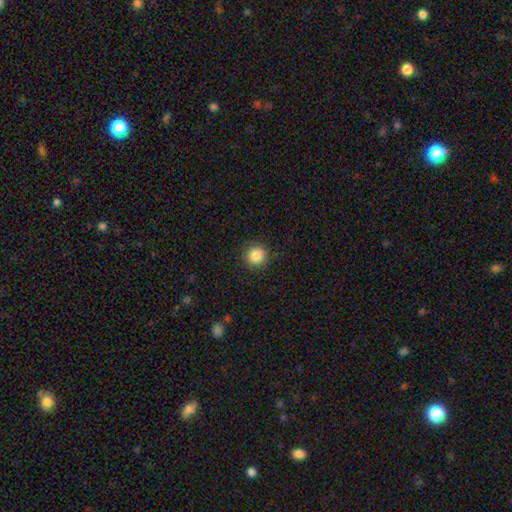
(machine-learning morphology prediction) Overall: smooth (85%). How rounded: round (92%). Merging: none (89%).